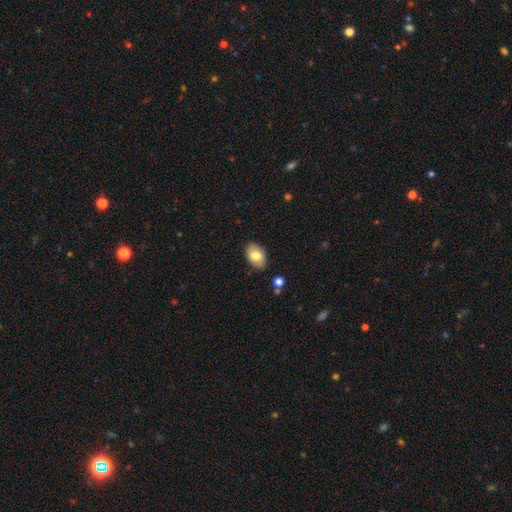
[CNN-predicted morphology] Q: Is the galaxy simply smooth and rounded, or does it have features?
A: smooth — 76%.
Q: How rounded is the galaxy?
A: in between — 89%.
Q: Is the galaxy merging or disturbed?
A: none — 84%.